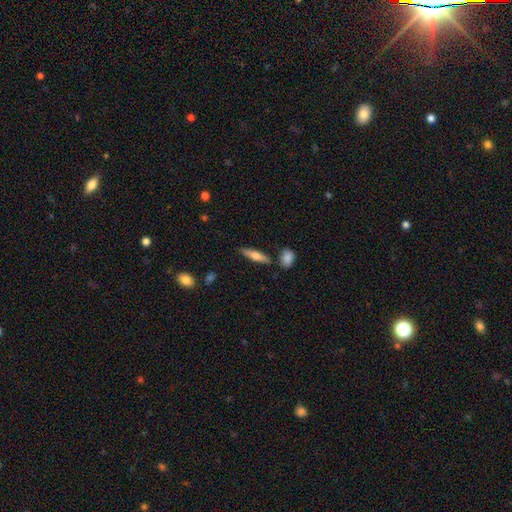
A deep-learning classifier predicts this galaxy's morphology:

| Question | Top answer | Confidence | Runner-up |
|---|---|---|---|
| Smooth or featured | smooth | 59% | featured or disk (35%) |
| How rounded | cigar-shaped | 71% | in between (26%) |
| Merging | none | 82% | minor disturbance (10%) |